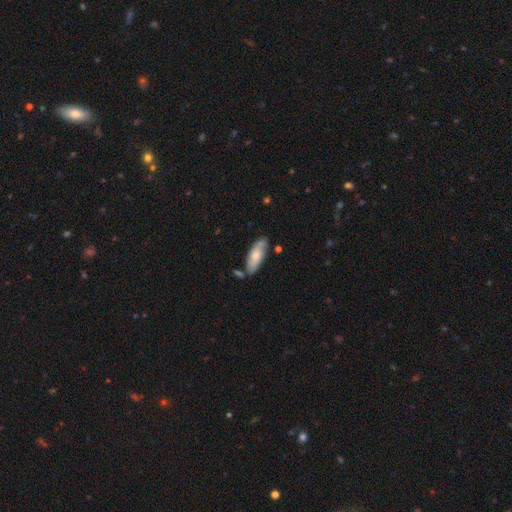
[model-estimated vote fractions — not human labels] Smooth or featured? Predicted: smooth (p=0.60). How rounded? Predicted: in between (p=0.71). Merging? Predicted: none (p=0.68).